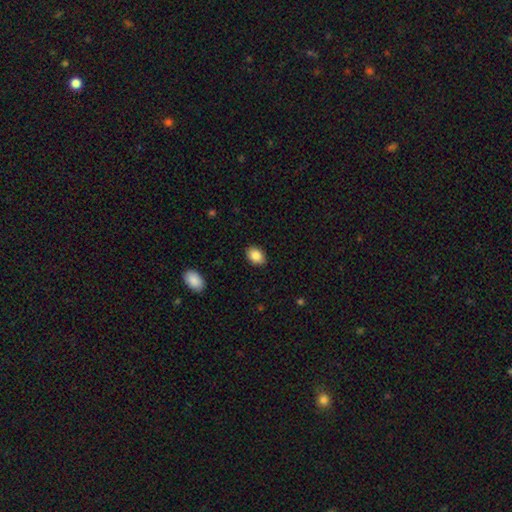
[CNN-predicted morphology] smooth 85%, star or artifact 8%, featured or disk 7%. Down the decision tree: how rounded — in between (78%); merging — none (88%).